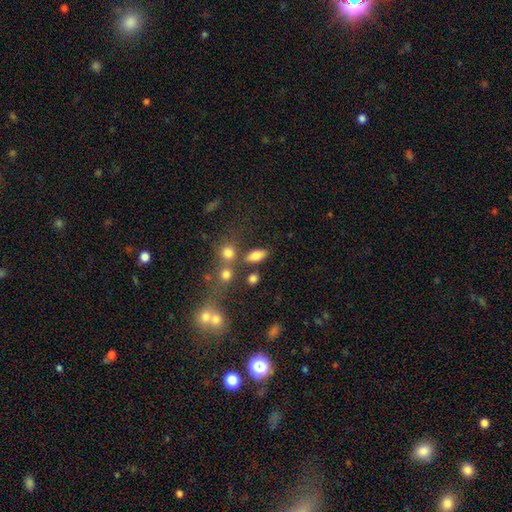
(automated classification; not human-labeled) This appears to be a smooth galaxy with no disk features (79%) that is in between round and cigar-shaped (83%). Merging: none (67%).